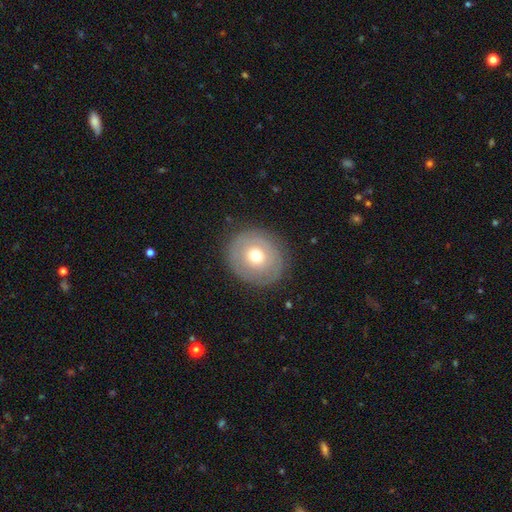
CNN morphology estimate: Q: Smooth or featured?
A: smooth (57%); runner-up: featured or disk (34%)
Q: How rounded?
A: round (87%); runner-up: in between (12%)
Q: Merging?
A: none (84%); runner-up: minor disturbance (10%)